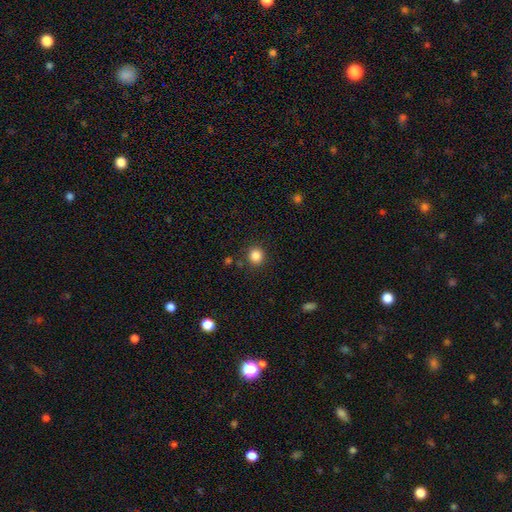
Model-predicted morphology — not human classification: type=smooth (85%); roundness=round (91%); merging=none (89%).